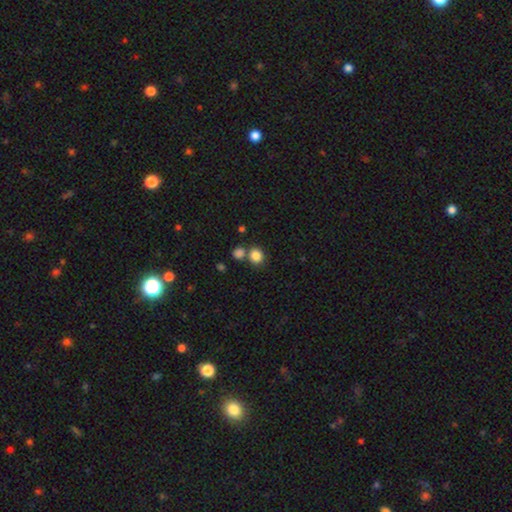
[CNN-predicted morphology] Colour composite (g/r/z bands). It shows a smooth galaxy with no disk features (84%) that is round (78%). Merging: none (64%).